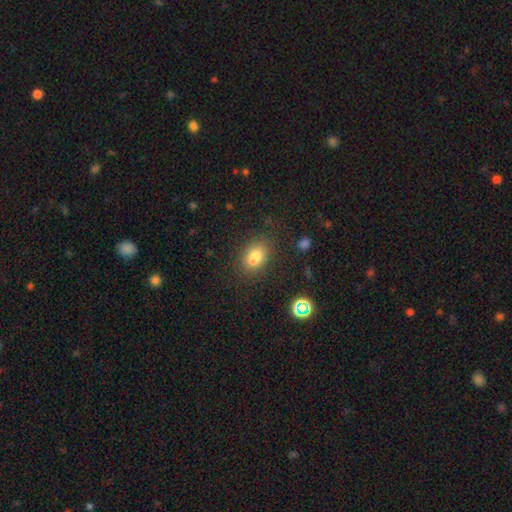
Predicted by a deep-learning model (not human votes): Q: Smooth or featured?
A: smooth (73%); runner-up: star or artifact (14%)
Q: How rounded?
A: in between (72%); runner-up: round (25%)
Q: Merging?
A: none (55%); runner-up: merger (25%)